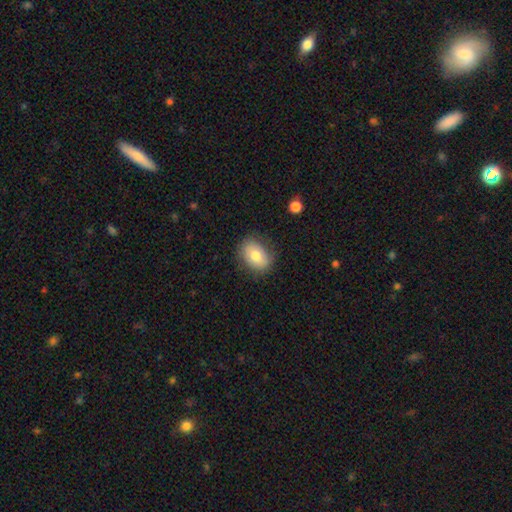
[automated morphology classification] Smooth or featured? smooth (75%)
How rounded? in between (69%)
Merging? none (76%)